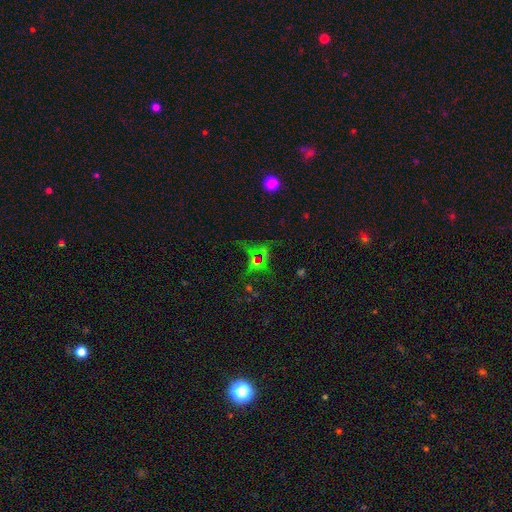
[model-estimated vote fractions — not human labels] star or artifact 61%, smooth 25%, featured or disk 14%.